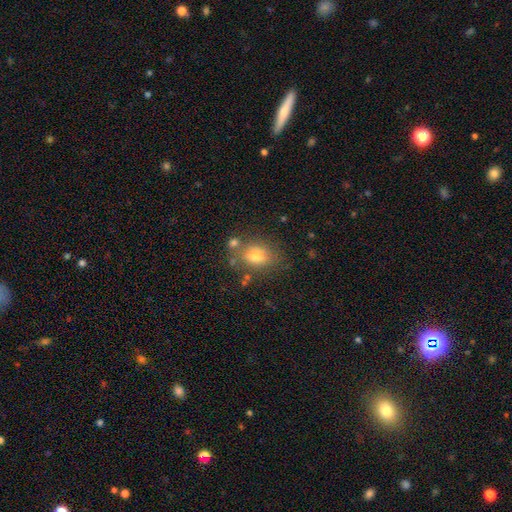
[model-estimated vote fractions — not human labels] Morphology: type=smooth (74%); roundness=in between (65%); merging=none (68%).